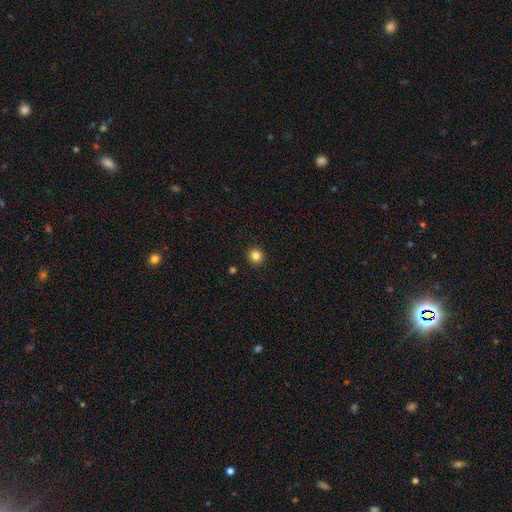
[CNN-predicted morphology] smooth-or-featured: smooth: 84% | star or artifact: 12% | featured or disk: 4%
  how-rounded: round: 93% | in between: 6% | cigar-shaped: 1%
  merging: none: 93% | minor disturbance: 5% | major disturbance: 2% | merger: 1%